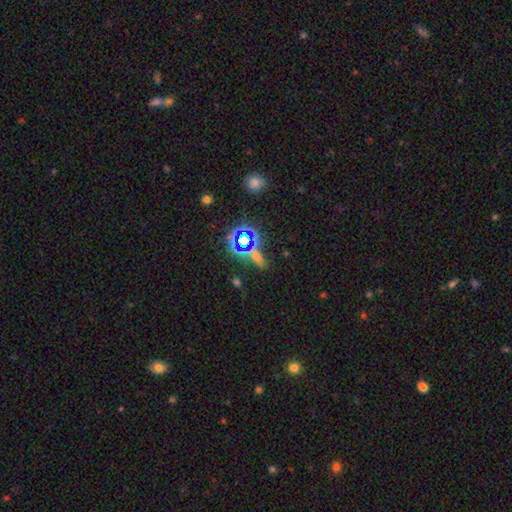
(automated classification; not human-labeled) This appears to be a star or artifact, not a galaxy (60%).